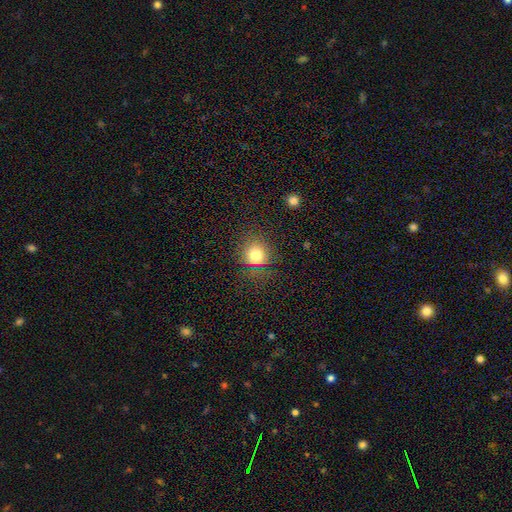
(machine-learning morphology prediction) The model was most divided on "merging": none: 72%, minor disturbance: 17%, major disturbance: 9%, merger: 2%. More confident: how rounded — round (85%); smooth or featured — smooth (77%).